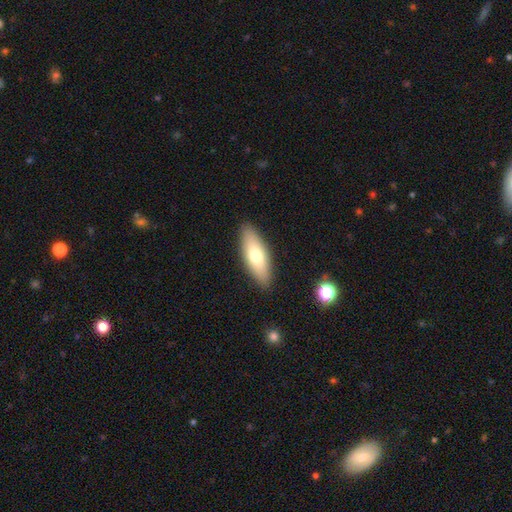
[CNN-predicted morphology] Smooth or featured? Predicted: smooth (p=0.69). How rounded? Predicted: in between (p=0.63). Merging? Predicted: none (p=0.89).